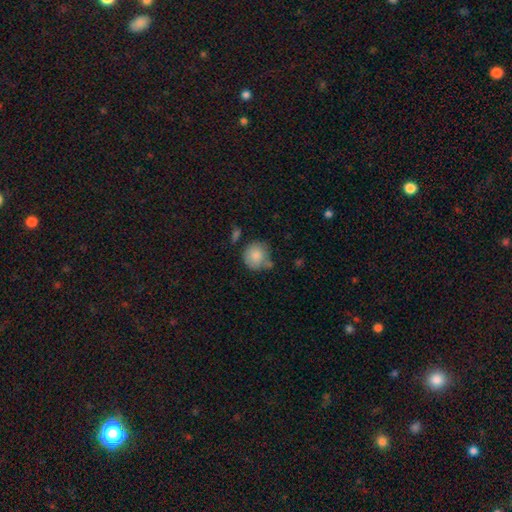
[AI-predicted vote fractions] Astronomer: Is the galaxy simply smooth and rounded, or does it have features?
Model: smooth — 84%.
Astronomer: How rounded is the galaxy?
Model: round — 87%.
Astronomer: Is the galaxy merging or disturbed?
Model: none — 60%.